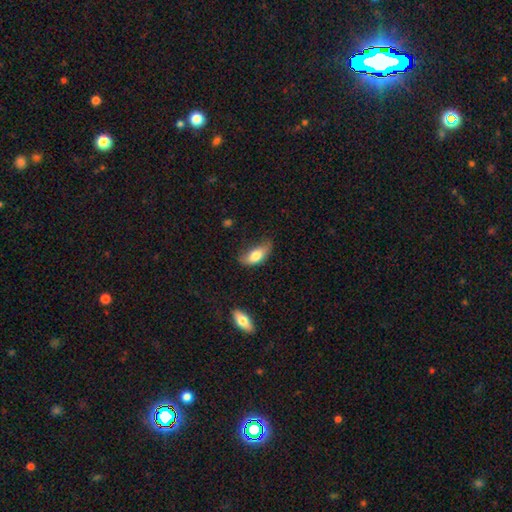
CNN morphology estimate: This appears to be a smooth galaxy with no disk features (77%) that is in between round and cigar-shaped (84%). Merging: minor disturbance (41%).